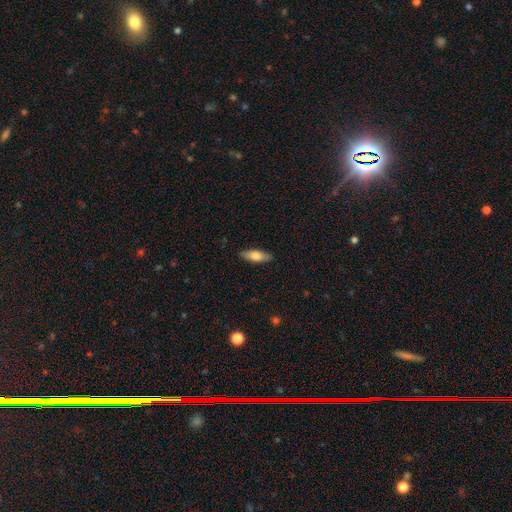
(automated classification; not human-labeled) smooth 72%, featured or disk 22%, star or artifact 6%. Down the decision tree: how rounded — in between (60%); merging — none (89%).